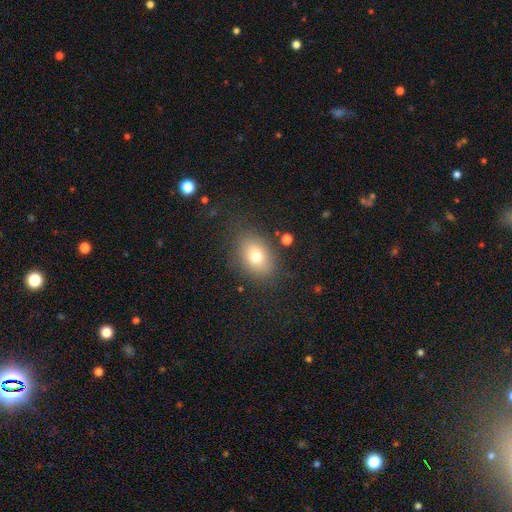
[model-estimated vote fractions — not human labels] Smooth or featured? Predicted: smooth (p=0.75). How rounded? Predicted: in between (p=0.75). Merging? Predicted: none (p=0.79).